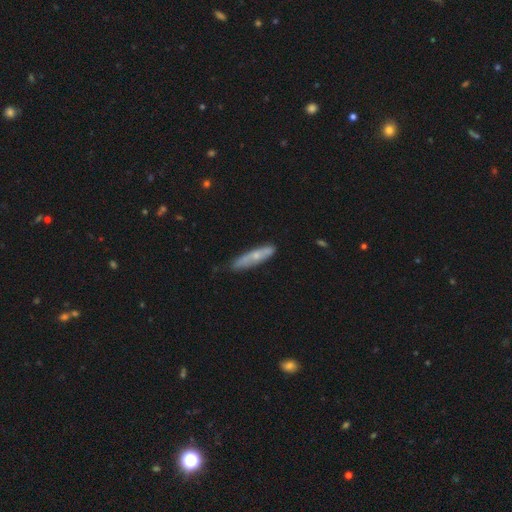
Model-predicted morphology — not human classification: smooth 52%, featured or disk 41%, star or artifact 7%. Down the decision tree: how rounded — cigar-shaped (83%); merging — none (72%).